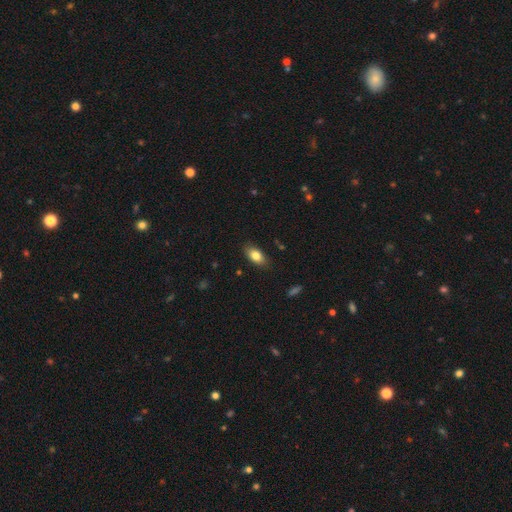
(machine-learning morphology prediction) A smooth galaxy with no disk features (82%) that is in between round and cigar-shaped (90%). Merging: none (85%).